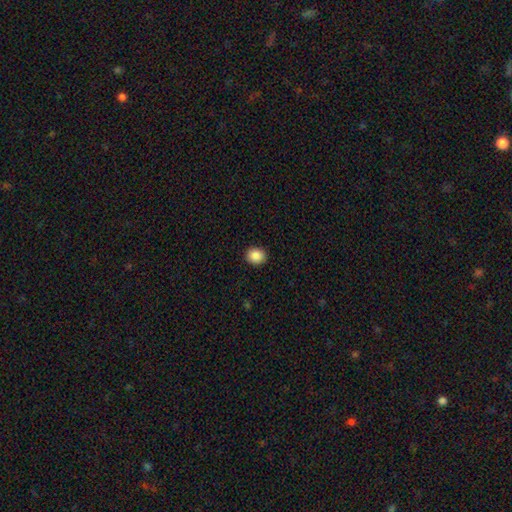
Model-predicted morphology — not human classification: Smooth or featured?
  - smooth: 88% *
  - star or artifact: 9%
  - featured or disk: 3%
How rounded?
  - round: 63% *
  - in between: 36%
  - cigar-shaped: 1%
Merging?
  - none: 91% *
  - minor disturbance: 6%
  - major disturbance: 2%
  - merger: 1%